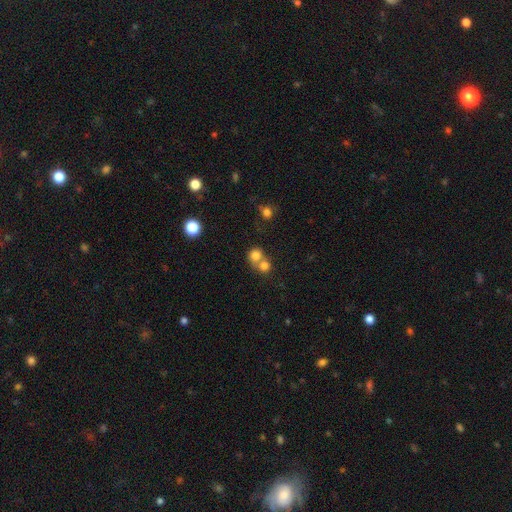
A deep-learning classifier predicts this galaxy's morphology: A smooth galaxy with no disk features (77%) that is round (83%).

Vote fractions:
- Smooth or featured? smooth: 77% / star or artifact: 13% / featured or disk: 10%
- How rounded? round: 83% / in between: 16% / cigar-shaped: 1%
- Merging? merger: 53% / none: 38% / minor disturbance: 5% / major disturbance: 3%